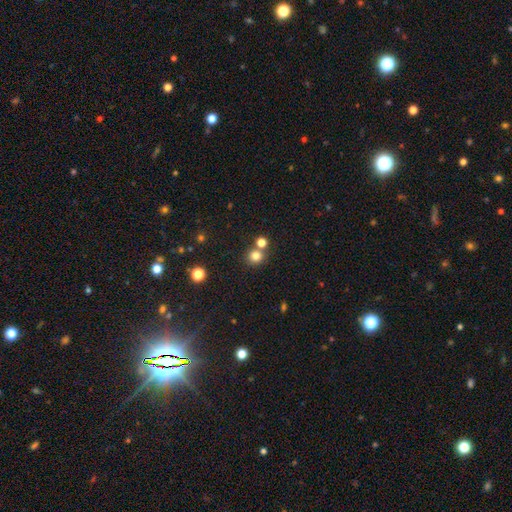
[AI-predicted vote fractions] smooth 79%, star or artifact 15%, featured or disk 6%. Down the decision tree: how rounded — round (89%); merging — none (70%).